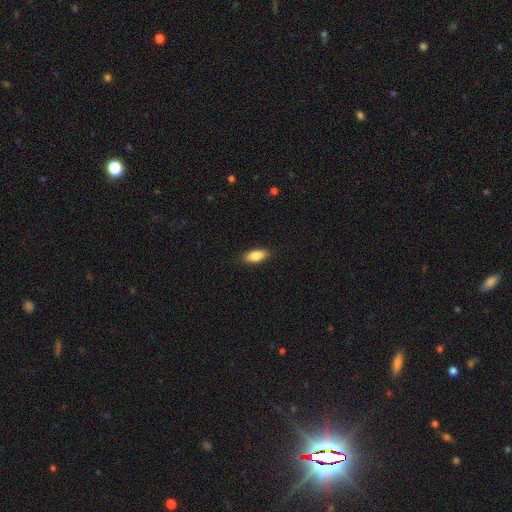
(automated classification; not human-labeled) A smooth galaxy with no disk features (85%) that is in between round and cigar-shaped (87%).

Vote fractions:
- Smooth or featured? smooth: 85% / featured or disk: 8% / star or artifact: 7%
- How rounded? in between: 87% / cigar-shaped: 10% / round: 3%
- Merging? none: 88% / minor disturbance: 9% / major disturbance: 2% / merger: 1%